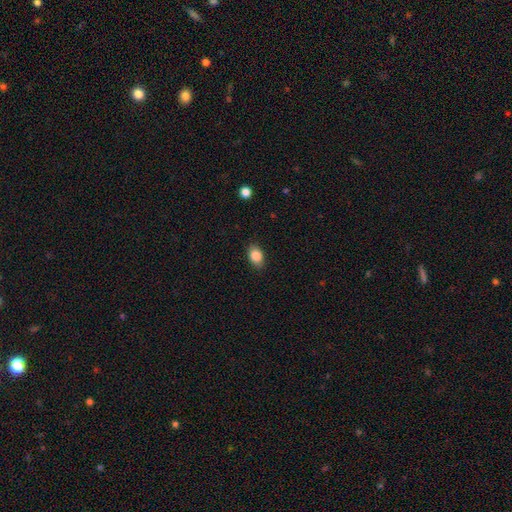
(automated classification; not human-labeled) Smooth or featured? Predicted: smooth (p=0.87). How rounded? Predicted: in between (p=0.84). Merging? Predicted: none (p=0.86).